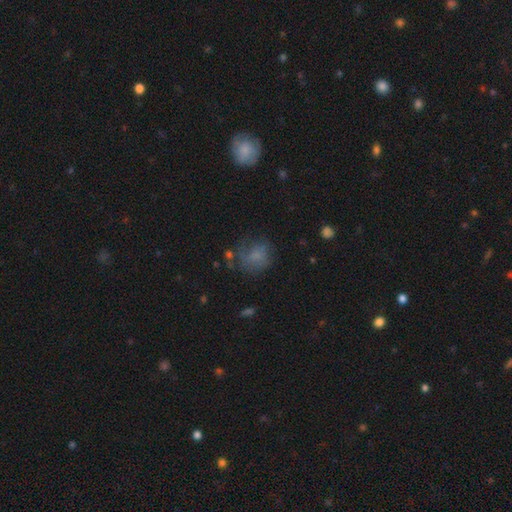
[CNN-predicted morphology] smooth 59%, featured or disk 25%, star or artifact 16%. Down the decision tree: how rounded — round (58%); merging — none (46%).